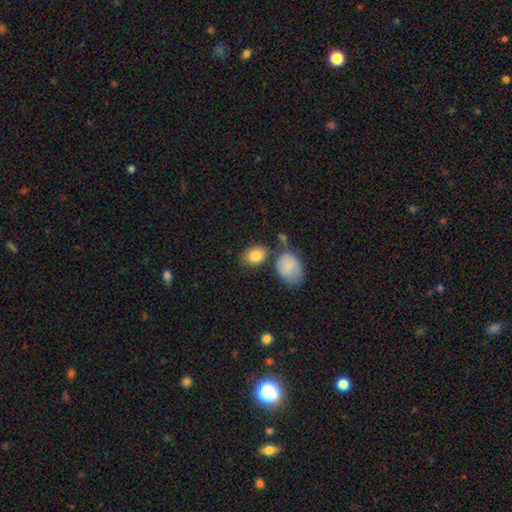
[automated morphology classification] The model was most divided on "how rounded": in between: 67%, round: 32%, cigar-shaped: 1%. More confident: smooth or featured — smooth (85%); merging — none (60%).